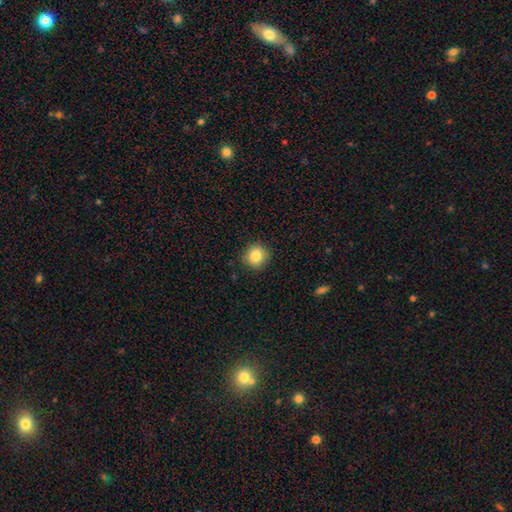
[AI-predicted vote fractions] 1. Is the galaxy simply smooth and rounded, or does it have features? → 85% smooth, 10% star or artifact, 6% featured or disk.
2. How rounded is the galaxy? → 91% round, 8% in between, 1% cigar-shaped.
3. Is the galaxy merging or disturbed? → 89% none, 8% minor disturbance, 2% major disturbance, 1% merger.